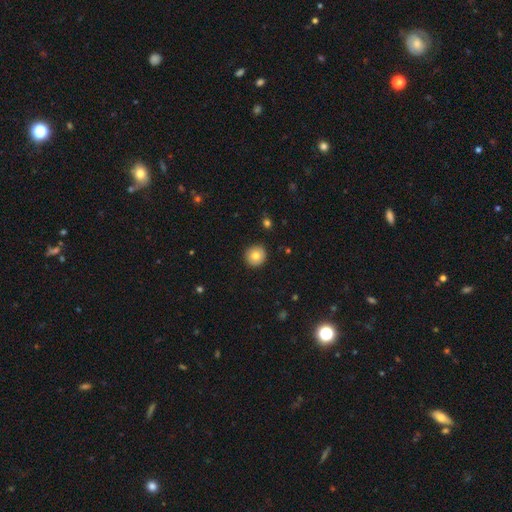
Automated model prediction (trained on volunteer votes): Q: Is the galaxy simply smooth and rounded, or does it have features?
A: smooth — 79%.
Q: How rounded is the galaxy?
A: round — 93%.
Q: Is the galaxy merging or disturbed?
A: none — 91%.